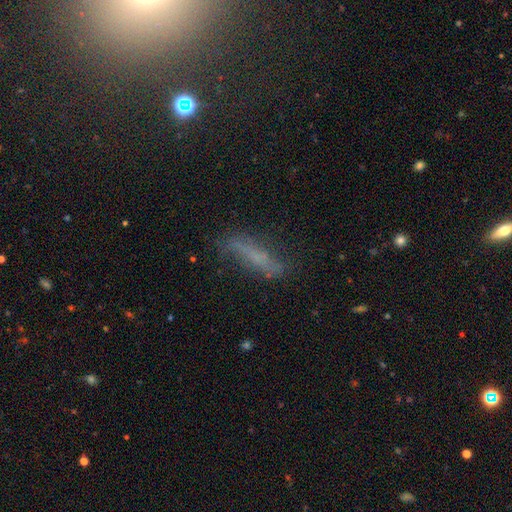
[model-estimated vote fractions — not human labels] Smooth or featured?
  - smooth: 48% *
  - featured or disk: 36%
  - star or artifact: 17%
Merging?
  - none: 63% *
  - minor disturbance: 23%
  - major disturbance: 11%
  - merger: 3%